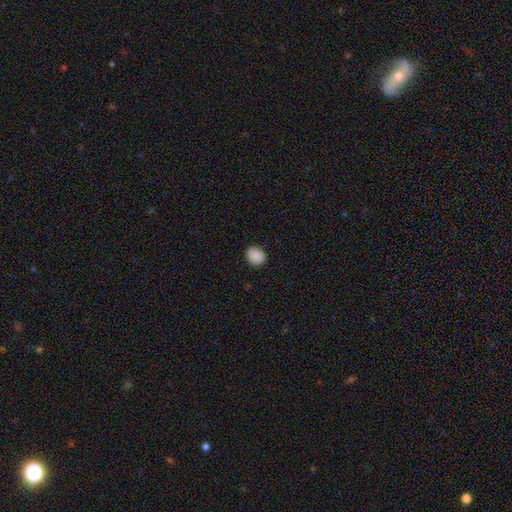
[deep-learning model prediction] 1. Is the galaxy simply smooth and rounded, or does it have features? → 89% smooth, 8% star or artifact, 3% featured or disk.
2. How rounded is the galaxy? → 59% round, 40% in between, 1% cigar-shaped.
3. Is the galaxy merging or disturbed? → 87% none, 9% minor disturbance, 2% major disturbance, 1% merger.